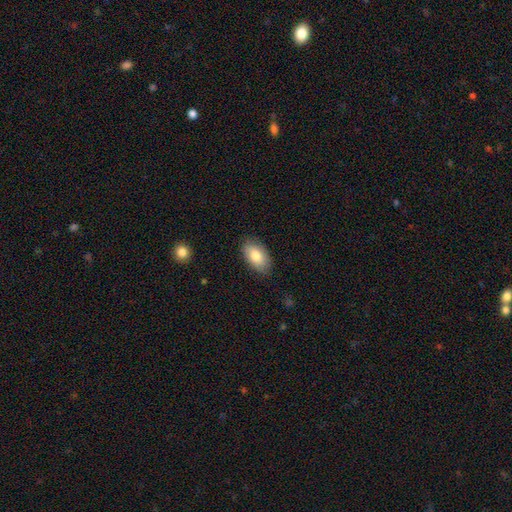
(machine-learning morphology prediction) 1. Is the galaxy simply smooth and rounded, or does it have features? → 82% smooth, 12% featured or disk, 6% star or artifact.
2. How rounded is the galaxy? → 94% in between, 4% round, 2% cigar-shaped.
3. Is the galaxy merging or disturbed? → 85% none, 12% minor disturbance, 2% major disturbance, 1% merger.